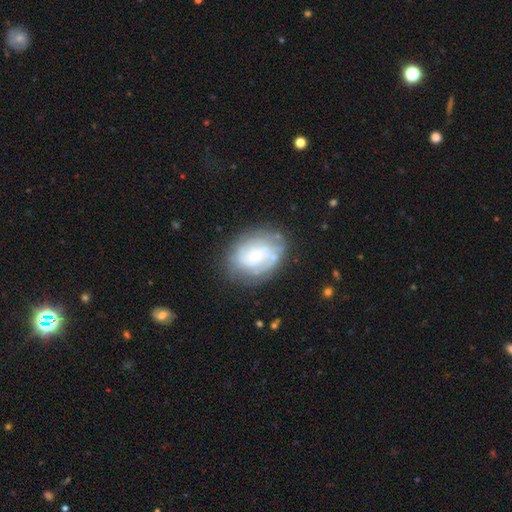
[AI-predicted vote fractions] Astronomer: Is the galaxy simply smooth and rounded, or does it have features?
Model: featured or disk — 71%.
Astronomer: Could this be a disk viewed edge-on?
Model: no — 97%.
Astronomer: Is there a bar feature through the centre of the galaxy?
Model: no — 71%.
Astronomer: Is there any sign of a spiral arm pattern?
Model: yes — 84%.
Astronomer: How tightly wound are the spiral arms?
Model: tight — 58%.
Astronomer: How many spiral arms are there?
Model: can't tell — 43% (runner-up: 2, 27%).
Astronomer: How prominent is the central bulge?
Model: small — 71%.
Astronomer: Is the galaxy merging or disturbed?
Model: none — 73%.